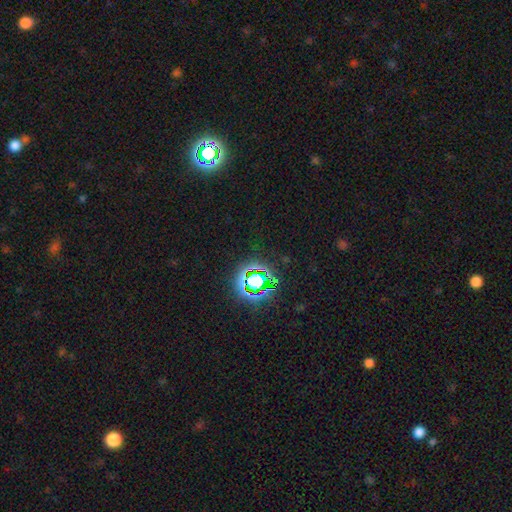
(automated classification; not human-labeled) A star or artifact, not a galaxy (75%).